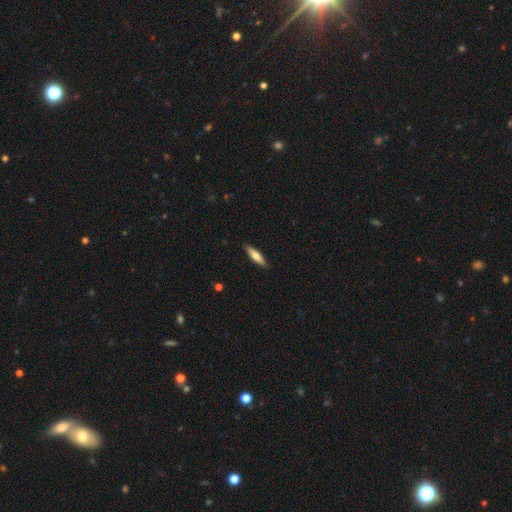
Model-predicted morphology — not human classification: smooth-or-featured: smooth: 62% | featured or disk: 32% | star or artifact: 6%
  how-rounded: cigar-shaped: 70% | in between: 28% | round: 2%
  merging: none: 89% | minor disturbance: 9% | major disturbance: 2% | merger: 1%